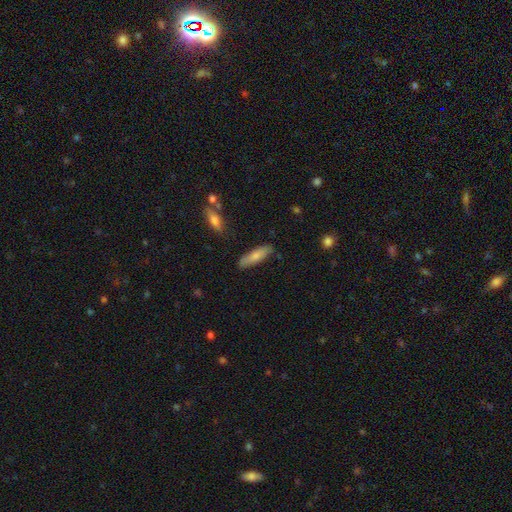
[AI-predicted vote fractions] Overall: smooth (75%). How rounded: cigar-shaped (59%; in between 39%). Merging: none (81%).